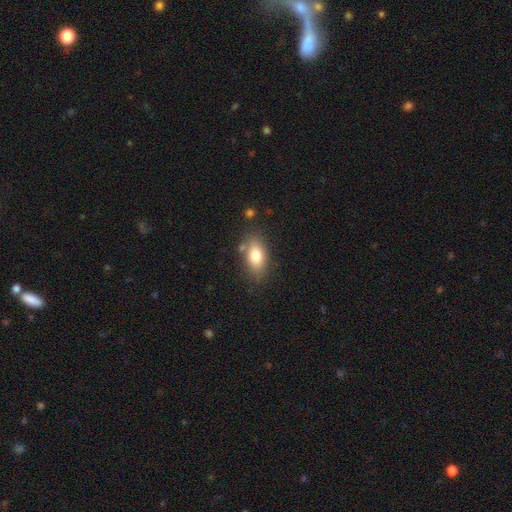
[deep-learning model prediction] Smooth or featured: smooth — 78% (featured or disk — 14%)
How rounded: in between — 87% (round — 8%)
Merging: none — 75% (minor disturbance — 15%)